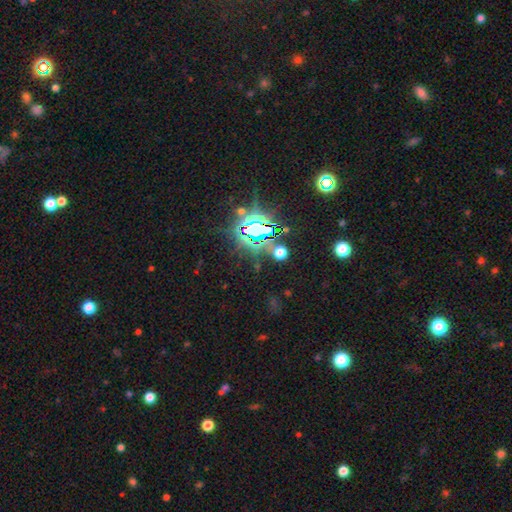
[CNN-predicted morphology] This appears to be a star or artifact, not a galaxy (81%).